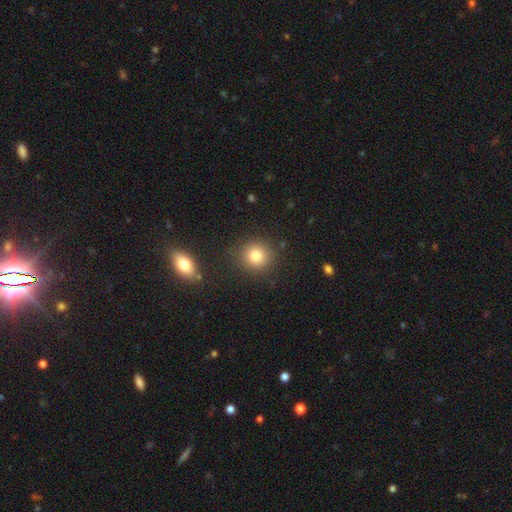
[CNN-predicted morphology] type=smooth (81%); roundness=round (88%); merging=none (86%).